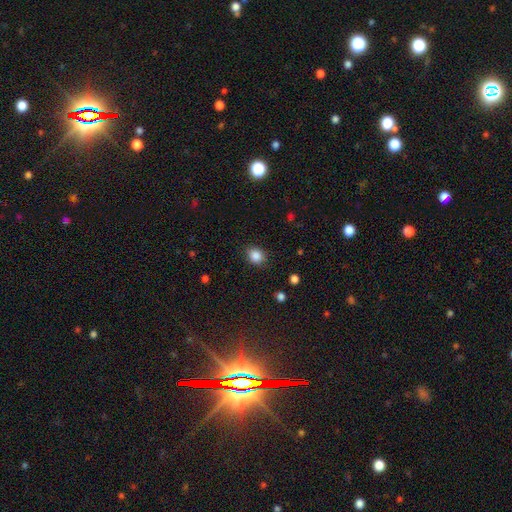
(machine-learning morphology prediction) Smooth or featured? smooth (86%)
How rounded? round (60%)
Merging? none (83%)